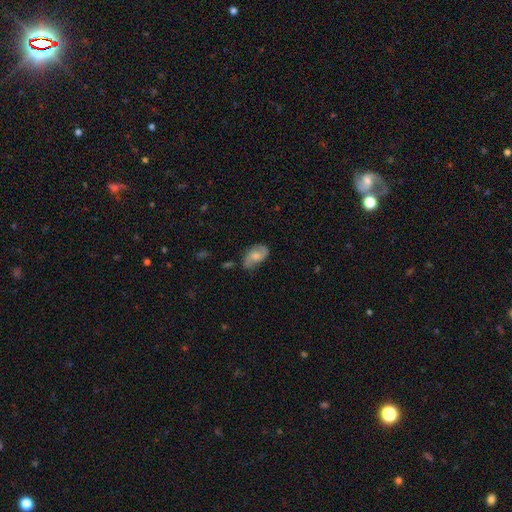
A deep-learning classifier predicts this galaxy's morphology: This is possibly a featured or disk galaxy (53%). It is clearly not viewed edge-on (95%). Bar: likely no (61%). Spiral arm pattern: clearly yes (87%). Central bulge: possibly moderate (51%). Merging: likely none (70%).